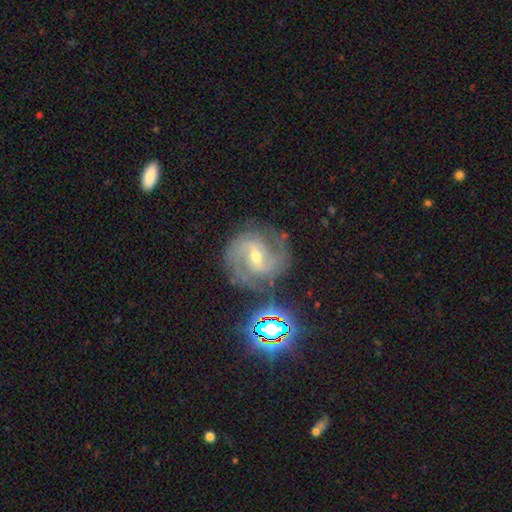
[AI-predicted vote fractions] Q: Smooth or featured?
A: featured or disk (87%); runner-up: star or artifact (7%)
Q: Edge-on disk?
A: no (97%); runner-up: yes (3%)
Q: Bar?
A: weak (49%); runner-up: strong (33%)
Q: Spiral arms?
A: yes (97%); runner-up: no (3%)
Q: Spiral winding?
A: medium (50%); runner-up: tight (39%)
Q: Spiral arm count?
A: 2 (68%); runner-up: 3 (15%)
Q: Bulge size?
A: moderate (57%); runner-up: small (40%)
Q: Merging?
A: none (70%); runner-up: minor disturbance (16%)